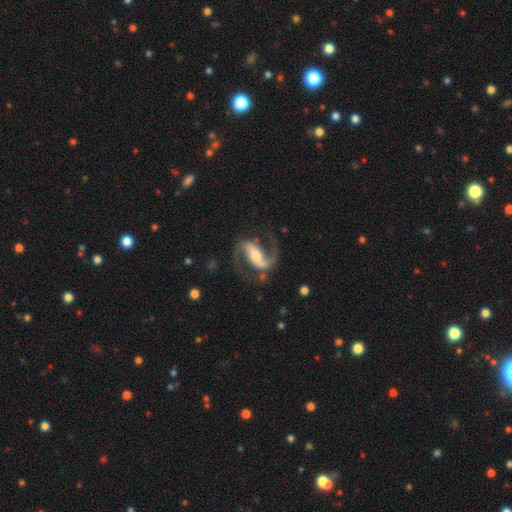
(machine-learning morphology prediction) A featured or disk galaxy (91%) with a strong bar (58%), 2 (93%) medium (52%) spiral arms (98%) and a moderate central bulge (49%).

Vote fractions:
- Smooth or featured? featured or disk: 91% / smooth: 5% / star or artifact: 4%
- Edge-on disk? no: 97% / yes: 3%
- Bar? strong: 58% / weak: 26% / no: 15%
- Spiral arms? yes: 98% / no: 2%
- Spiral winding? medium: 52% / loose: 36% / tight: 13%
- Spiral arm count? 2: 93% / 1: 2% / can't tell: 2% / 3: 1% / 4: 1% / more than 4: 1%
- Bulge size? moderate: 49% / small: 39% / large: 8% / none: 3% / dominant: 2%
- Merging? none: 77% / minor disturbance: 12% / major disturbance: 9% / merger: 2%